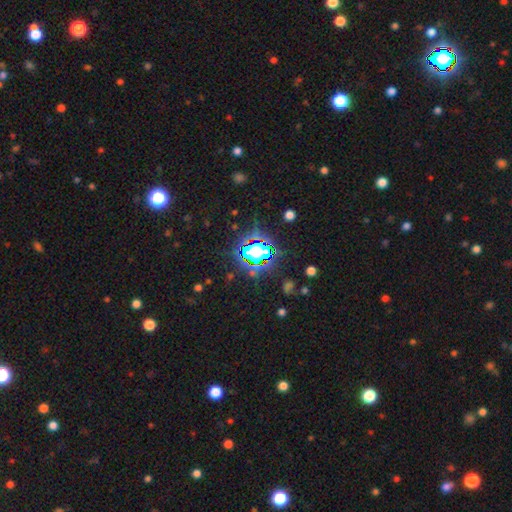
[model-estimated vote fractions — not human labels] smooth-or-featured: star or artifact: 81% | smooth: 12% | featured or disk: 8%